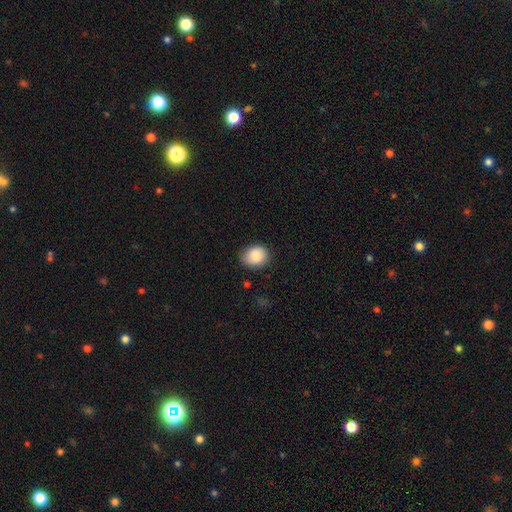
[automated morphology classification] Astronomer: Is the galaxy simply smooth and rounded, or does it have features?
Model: smooth — 85%.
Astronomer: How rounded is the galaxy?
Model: round — 59% (runner-up: in between, 41%).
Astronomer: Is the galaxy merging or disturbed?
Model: none — 76%.